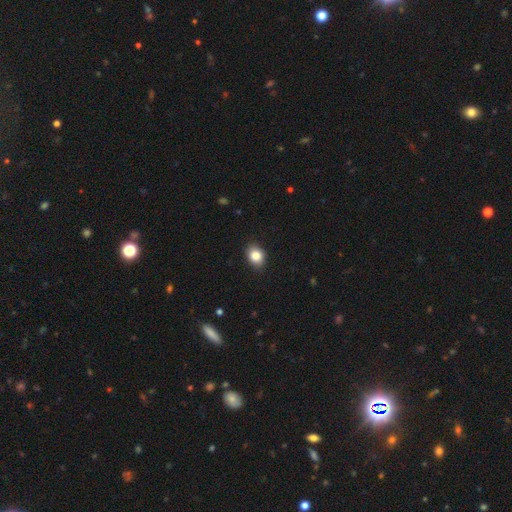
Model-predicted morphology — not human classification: smooth_or_featured: smooth (p=0.85) [alt: star or artifact p=0.09]
how_rounded: in between (p=0.57) [alt: round p=0.42]
merging: none (p=0.88) [alt: minor disturbance p=0.09]